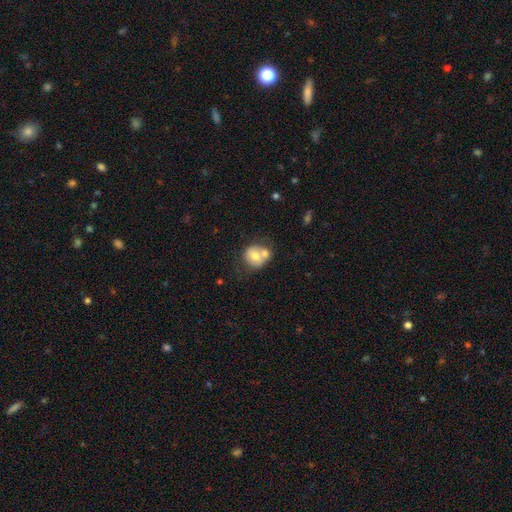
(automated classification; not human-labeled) Overall: smooth (66%; featured or disk 26%). How rounded: round (75%). Merging: merger (49%; none 34%).